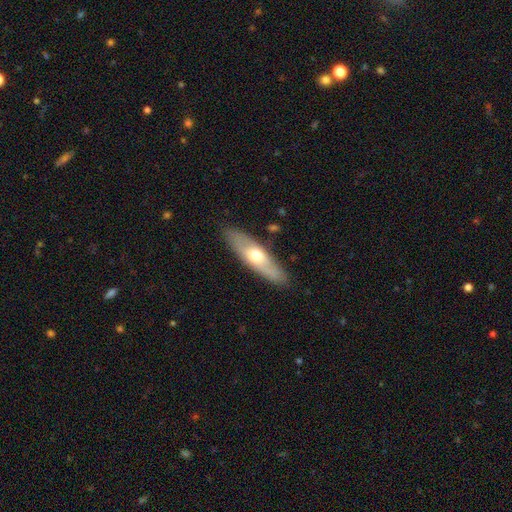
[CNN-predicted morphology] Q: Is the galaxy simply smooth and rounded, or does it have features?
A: smooth — 51%.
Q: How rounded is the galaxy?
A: cigar-shaped — 56%.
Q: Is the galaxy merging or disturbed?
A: none — 86%.